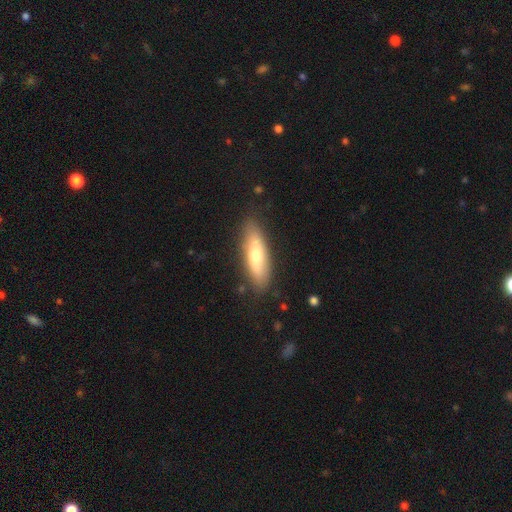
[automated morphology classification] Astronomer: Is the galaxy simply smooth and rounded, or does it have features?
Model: smooth — 62%.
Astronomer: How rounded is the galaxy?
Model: cigar-shaped — 54% (runner-up: in between, 44%).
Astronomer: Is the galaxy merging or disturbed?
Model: none — 83%.